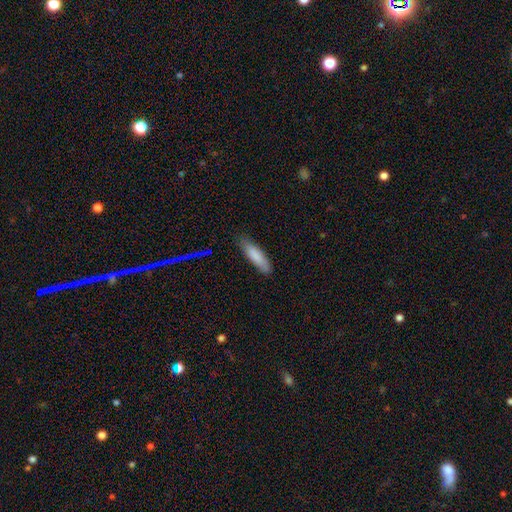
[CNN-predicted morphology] Overall: smooth (83%). How rounded: cigar-shaped (66%; in between 33%). Merging: none (78%).